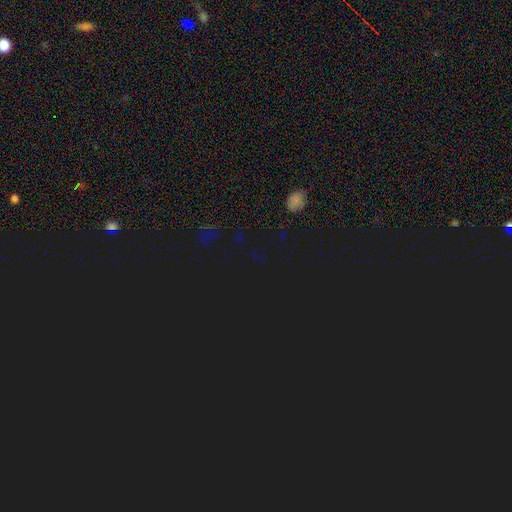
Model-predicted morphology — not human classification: star or artifact 82%, smooth 11%, featured or disk 7%.